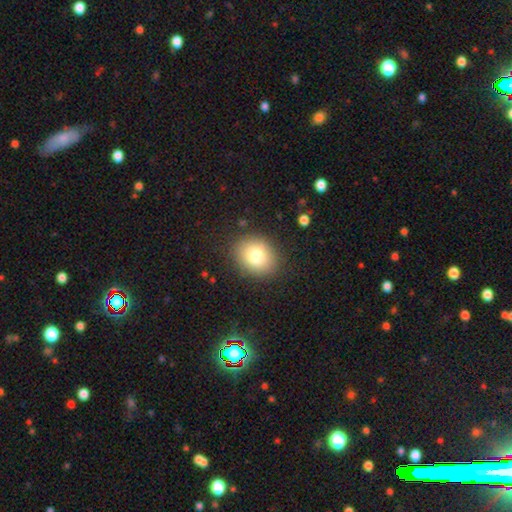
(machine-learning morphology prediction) Smooth or featured?
  - smooth: 80% *
  - featured or disk: 10%
  - star or artifact: 10%
How rounded?
  - round: 58% *
  - in between: 41%
  - cigar-shaped: 1%
Merging?
  - none: 86% *
  - minor disturbance: 10%
  - major disturbance: 3%
  - merger: 1%